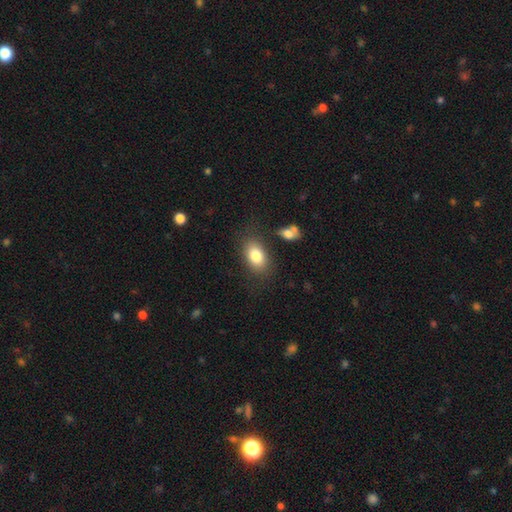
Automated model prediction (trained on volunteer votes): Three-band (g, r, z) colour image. It shows a smooth galaxy with no disk features (82%) that is in between round and cigar-shaped (87%). Merging: none (78%).